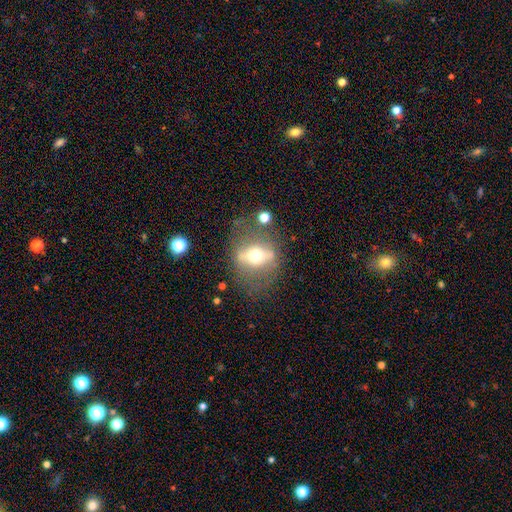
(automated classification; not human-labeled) Smooth or featured? featured or disk (59%)
Edge-on disk? no (70%)
Merging? none (63%)